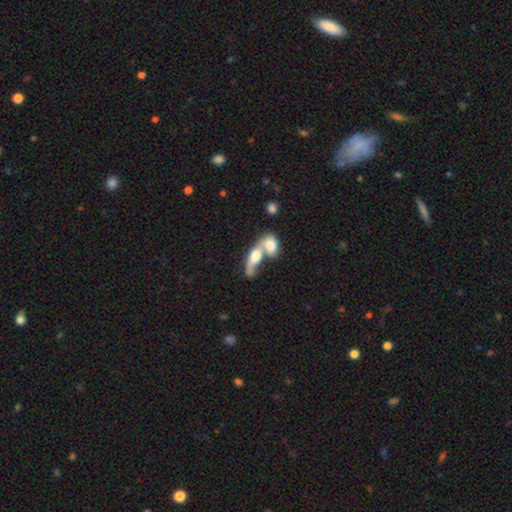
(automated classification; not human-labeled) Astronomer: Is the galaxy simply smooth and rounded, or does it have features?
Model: smooth — 56% (runner-up: featured or disk, 36%).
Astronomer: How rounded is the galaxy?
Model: in between — 67%.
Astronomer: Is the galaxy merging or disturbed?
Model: merger — 77%.